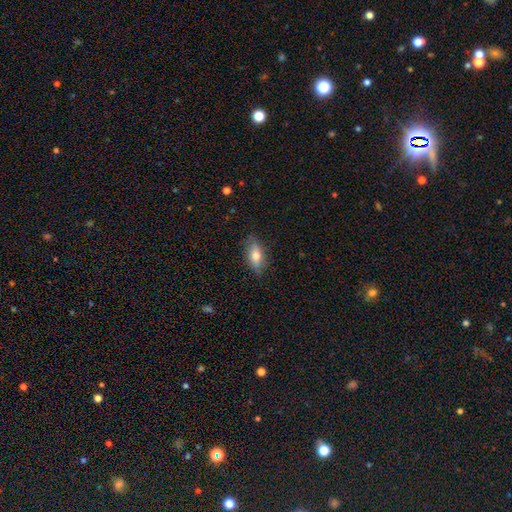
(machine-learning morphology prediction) Smooth or featured? Predicted: smooth (p=0.73). How rounded? Predicted: in between (p=0.80). Merging? Predicted: none (p=0.81).